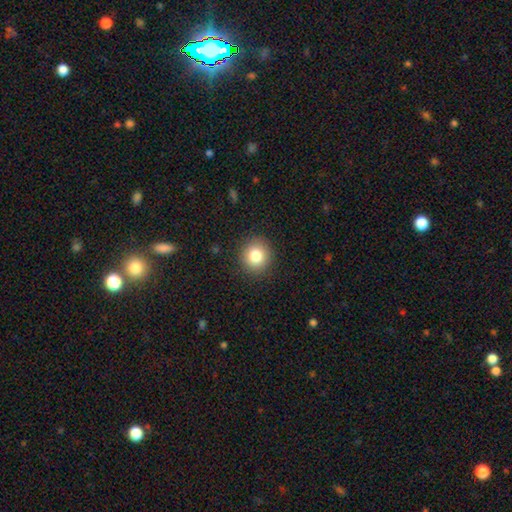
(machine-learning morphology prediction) smooth-or-featured: smooth: 81% | star or artifact: 11% | featured or disk: 8%
  how-rounded: round: 89% | in between: 10% | cigar-shaped: 1%
  merging: none: 90% | minor disturbance: 7% | major disturbance: 2% | merger: 1%